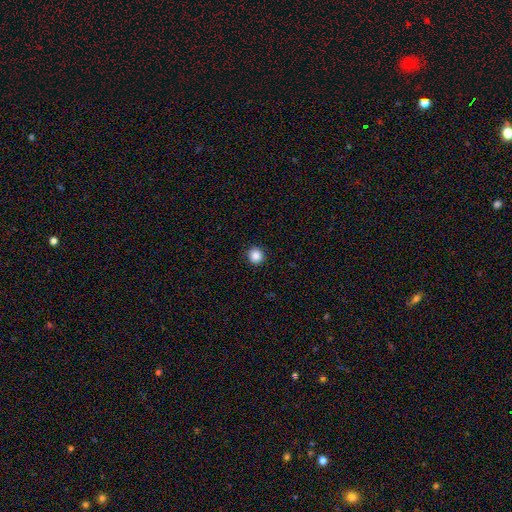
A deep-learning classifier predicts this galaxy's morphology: A smooth galaxy with no disk features (87%) that is round (93%). Merging: none (93%).